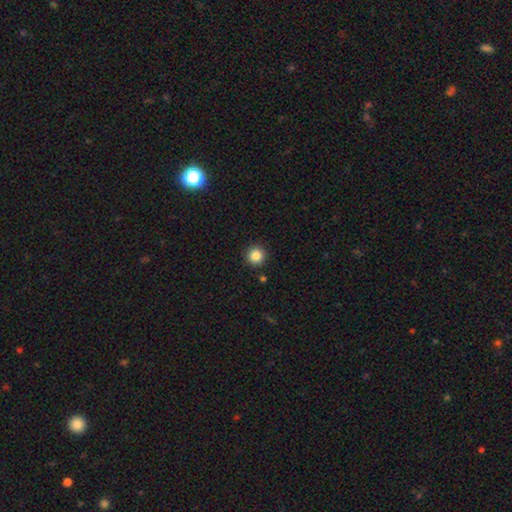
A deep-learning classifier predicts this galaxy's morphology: This appears to be a smooth galaxy with no disk features (85%) that is round (95%). Merging: none (91%).